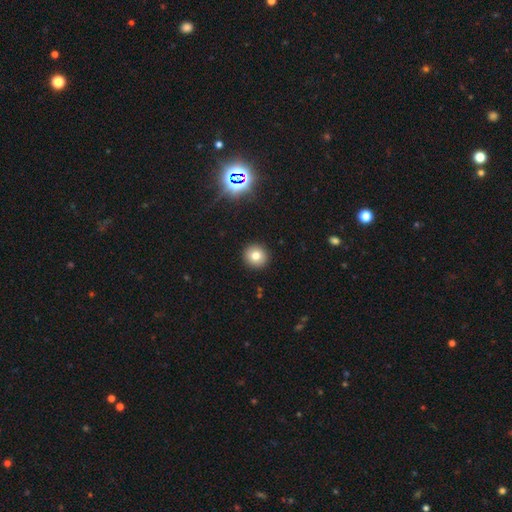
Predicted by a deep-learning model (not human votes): Smooth or featured? Predicted: smooth (p=0.77). How rounded? Predicted: round (p=0.93). Merging? Predicted: none (p=0.92).